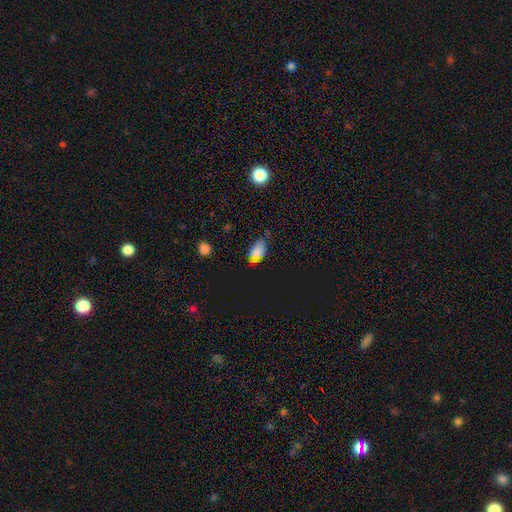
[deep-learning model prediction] smooth 63%, star or artifact 29%, featured or disk 8%. Down the decision tree: how rounded — in between (91%); merging — none (72%).